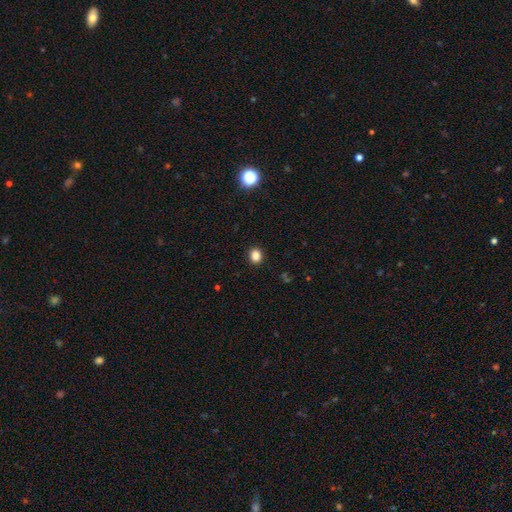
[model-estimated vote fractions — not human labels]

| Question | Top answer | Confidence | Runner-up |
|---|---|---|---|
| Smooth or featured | smooth | 85% | star or artifact (11%) |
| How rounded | round | 60% | in between (39%) |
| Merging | none | 91% | minor disturbance (6%) |